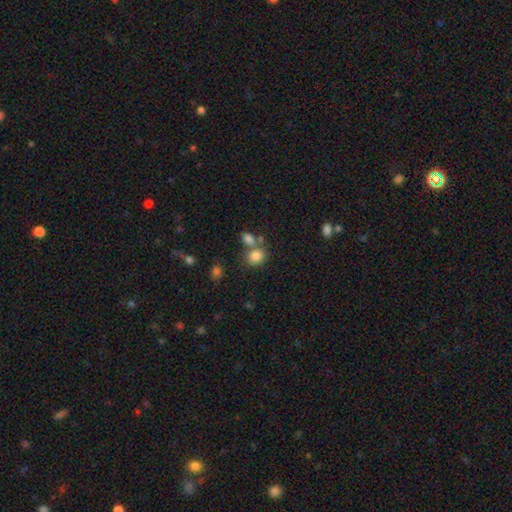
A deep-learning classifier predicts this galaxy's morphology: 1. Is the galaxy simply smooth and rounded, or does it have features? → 81% smooth, 11% star or artifact, 8% featured or disk.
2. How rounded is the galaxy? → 65% round, 34% in between, 1% cigar-shaped.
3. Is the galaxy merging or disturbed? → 53% none, 31% merger, 11% minor disturbance, 5% major disturbance.